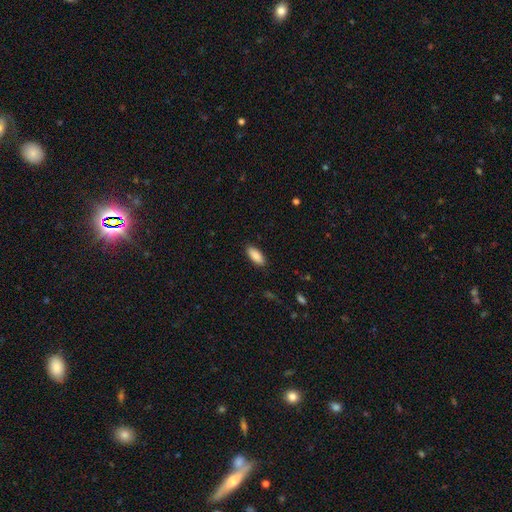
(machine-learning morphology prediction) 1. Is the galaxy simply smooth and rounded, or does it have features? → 90% smooth, 6% star or artifact, 4% featured or disk.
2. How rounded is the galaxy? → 83% in between, 15% cigar-shaped, 2% round.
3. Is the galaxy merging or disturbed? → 89% none, 8% minor disturbance, 2% major disturbance, 1% merger.